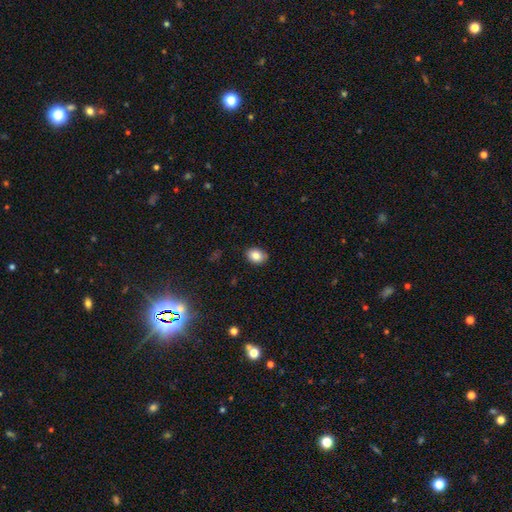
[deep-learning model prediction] Q: Smooth or featured?
A: smooth (86%); runner-up: star or artifact (9%)
Q: How rounded?
A: in between (63%); runner-up: round (36%)
Q: Merging?
A: none (85%); runner-up: minor disturbance (12%)